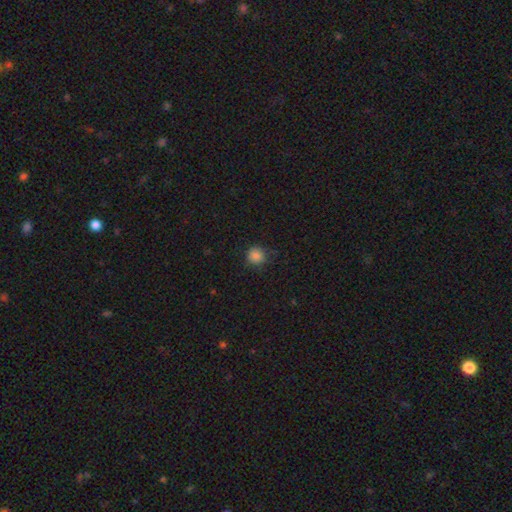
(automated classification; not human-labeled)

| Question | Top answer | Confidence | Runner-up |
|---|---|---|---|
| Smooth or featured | smooth | 84% | star or artifact (12%) |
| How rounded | round | 91% | in between (8%) |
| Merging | none | 80% | minor disturbance (15%) |